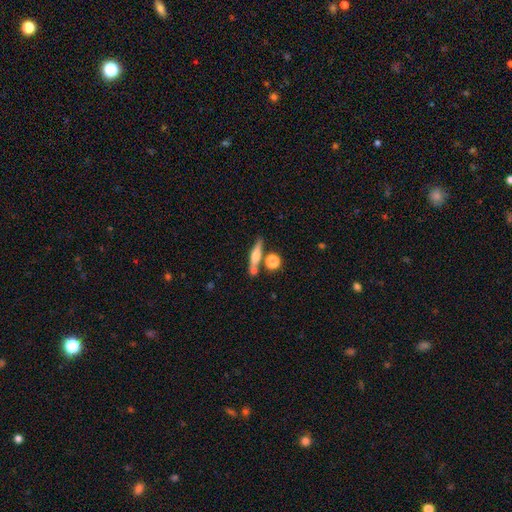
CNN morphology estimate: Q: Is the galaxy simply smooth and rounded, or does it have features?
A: smooth — 48%.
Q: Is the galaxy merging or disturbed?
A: none — 68%.